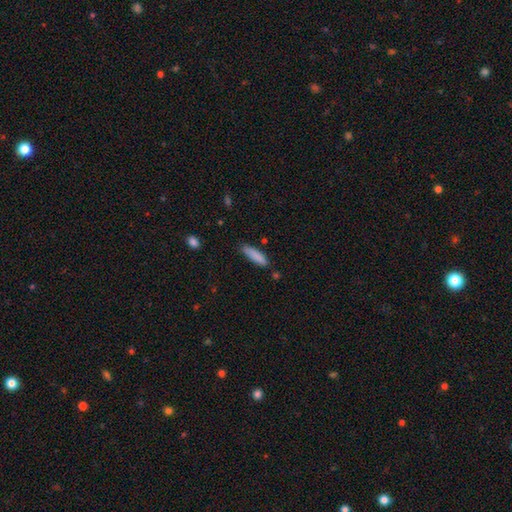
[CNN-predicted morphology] A smooth galaxy with no disk features (87%) that is cigar-shaped (70%). Merging: none (80%).